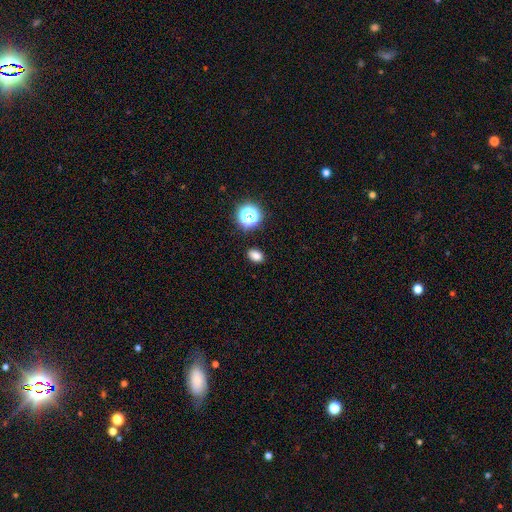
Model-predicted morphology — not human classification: Overall: smooth (80%). How rounded: in between (77%). Merging: none (88%).